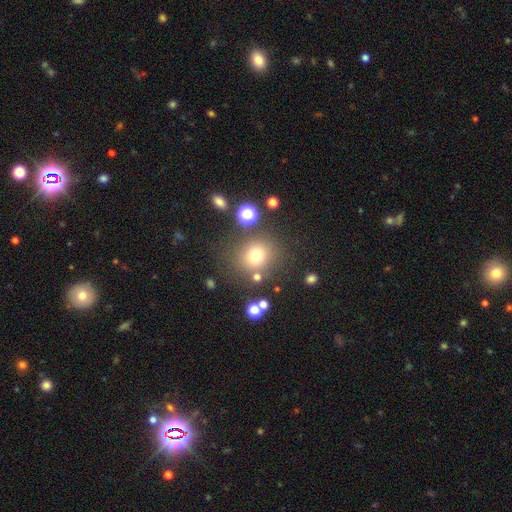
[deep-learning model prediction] A smooth galaxy with no disk features (73%) that is round (85%). Merging: none (77%).